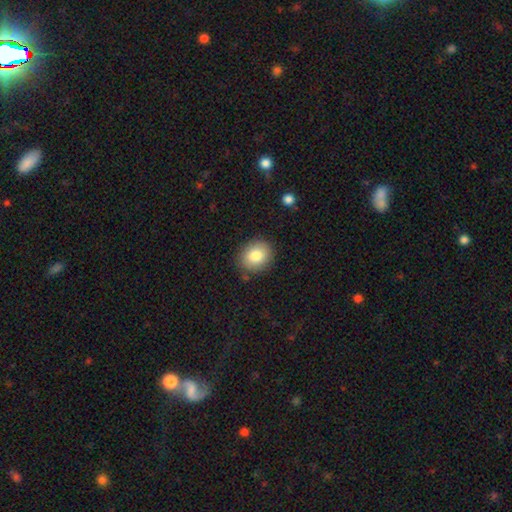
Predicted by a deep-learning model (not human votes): Smooth or featured?
  - smooth: 82% *
  - featured or disk: 10%
  - star or artifact: 9%
How rounded?
  - round: 64% *
  - in between: 35%
  - cigar-shaped: 1%
Merging?
  - none: 86% *
  - minor disturbance: 10%
  - major disturbance: 3%
  - merger: 2%